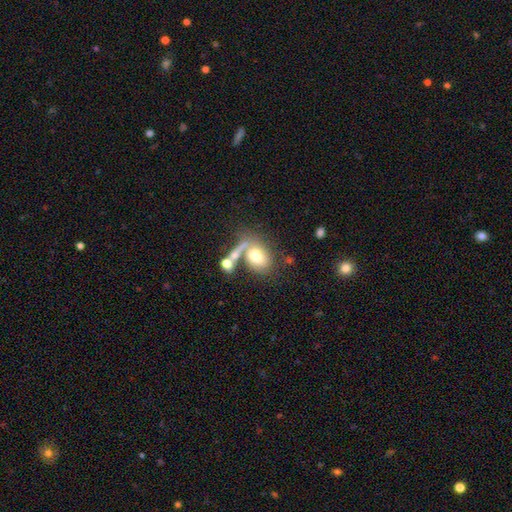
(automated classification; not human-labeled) Smooth or featured?
  - smooth: 64% *
  - featured or disk: 27%
  - star or artifact: 9%
How rounded?
  - in between: 66% *
  - round: 31%
  - cigar-shaped: 3%
Merging?
  - merger: 38% *
  - none: 36%
  - major disturbance: 13%
  - minor disturbance: 12%